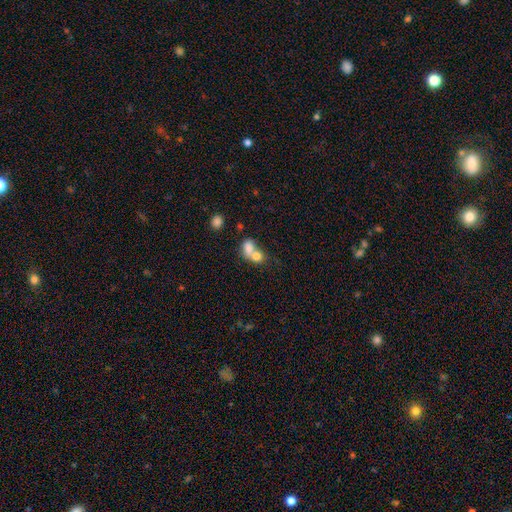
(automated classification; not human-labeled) Smooth or featured: smooth — 74% (featured or disk — 17%)
How rounded: in between — 50% (round — 49%)
Merging: merger — 74% (none — 18%)